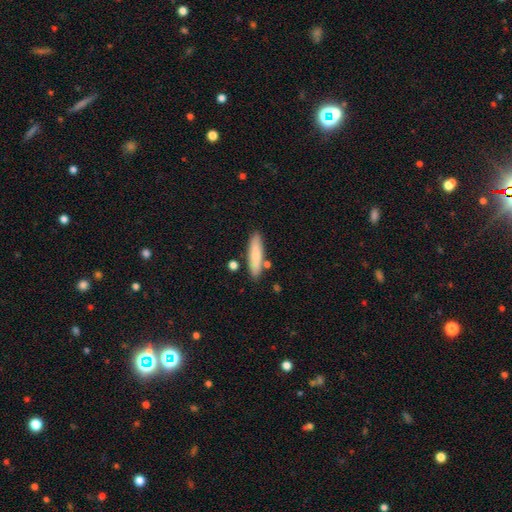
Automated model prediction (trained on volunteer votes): Overall: smooth (74%). How rounded: cigar-shaped (73%). Merging: none (82%).